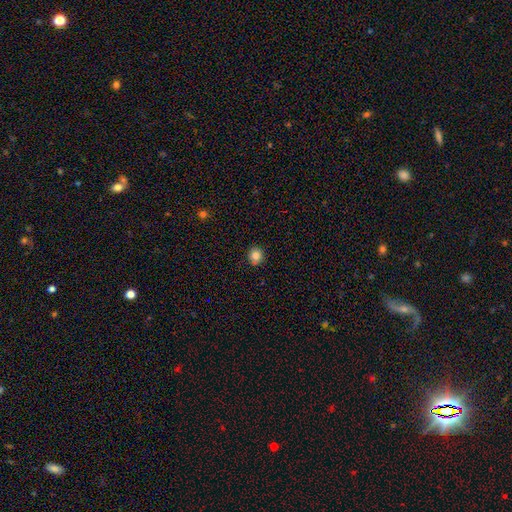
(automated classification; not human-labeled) smooth-or-featured: smooth: 84% | star or artifact: 11% | featured or disk: 6%
  how-rounded: round: 82% | in between: 17% | cigar-shaped: 1%
  merging: none: 90% | minor disturbance: 8% | major disturbance: 2% | merger: 1%